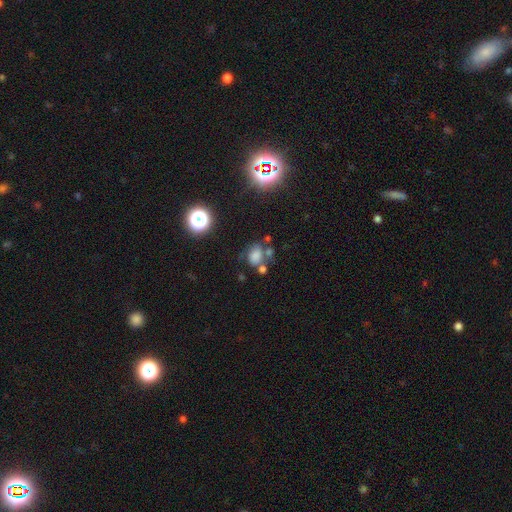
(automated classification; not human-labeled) smooth-or-featured: smooth: 68% | star or artifact: 19% | featured or disk: 13%
  how-rounded: in between: 59% | round: 40% | cigar-shaped: 1%
  merging: none: 47% | minor disturbance: 21% | merger: 19% | major disturbance: 13%